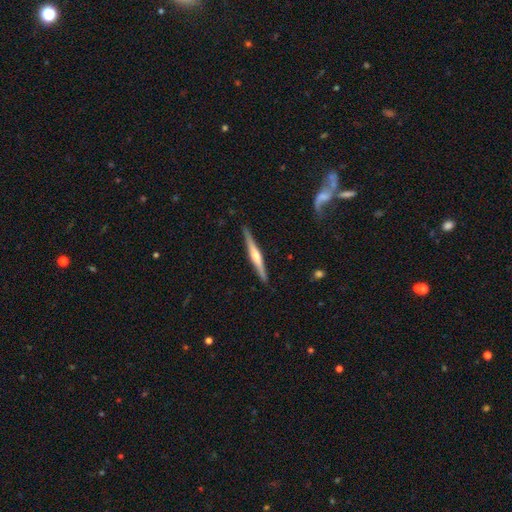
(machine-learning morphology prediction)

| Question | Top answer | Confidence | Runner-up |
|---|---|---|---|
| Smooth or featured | featured or disk | 74% | smooth (21%) |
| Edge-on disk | yes | 98% | no (2%) |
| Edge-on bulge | rounded | 84% | none (9%) |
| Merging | none | 90% | minor disturbance (7%) |